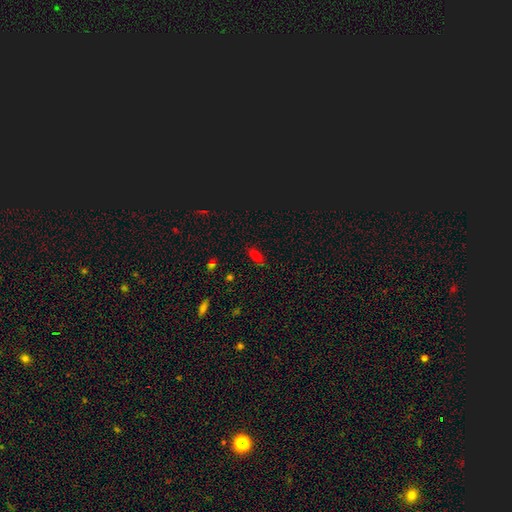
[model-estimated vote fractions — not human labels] Smooth or featured?
  - smooth: 68% *
  - star or artifact: 25%
  - featured or disk: 7%
How rounded?
  - in between: 80% *
  - cigar-shaped: 15%
  - round: 5%
Merging?
  - none: 78% *
  - minor disturbance: 15%
  - major disturbance: 4%
  - merger: 3%